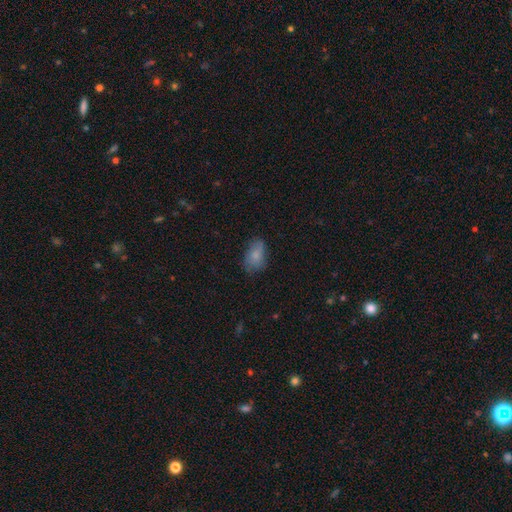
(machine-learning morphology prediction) type=smooth (78%); roundness=in between (87%); merging=none (61%).